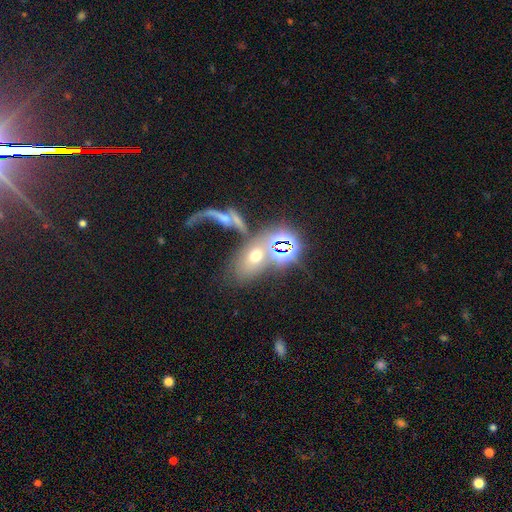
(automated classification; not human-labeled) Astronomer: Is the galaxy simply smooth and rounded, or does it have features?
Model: smooth — 49% (runner-up: star or artifact, 26%).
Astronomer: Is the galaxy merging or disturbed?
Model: none — 43% (runner-up: merger, 31%).